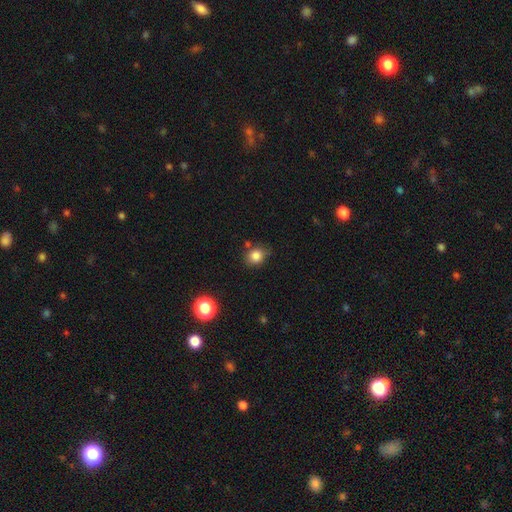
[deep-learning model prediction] The model was most divided on "how rounded": round: 68%, in between: 31%, cigar-shaped: 1%. More confident: smooth or featured — smooth (82%); merging — none (71%).